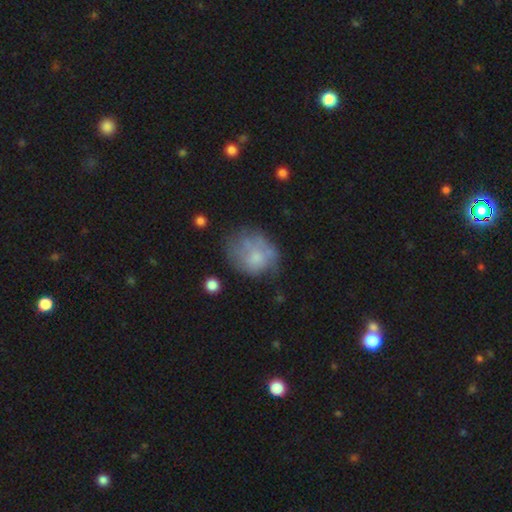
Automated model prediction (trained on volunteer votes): Morphology: type=smooth (56%); roundness=round (58%); merging=none (42%).